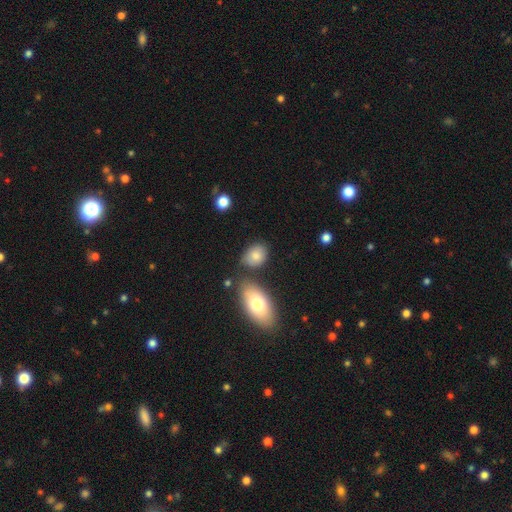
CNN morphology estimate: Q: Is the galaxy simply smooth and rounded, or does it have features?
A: smooth — 81%.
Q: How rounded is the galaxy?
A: in between — 70%.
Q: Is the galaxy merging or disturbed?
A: none — 66%.